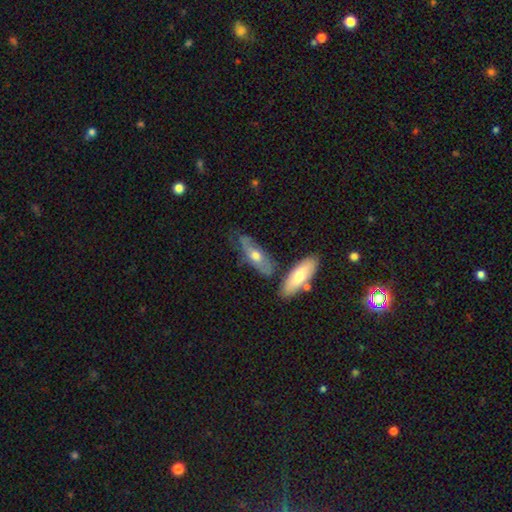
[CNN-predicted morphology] smooth_or_featured: smooth (p=0.48) [alt: featured or disk p=0.45]
merging: none (p=0.56) [alt: minor disturbance p=0.23]